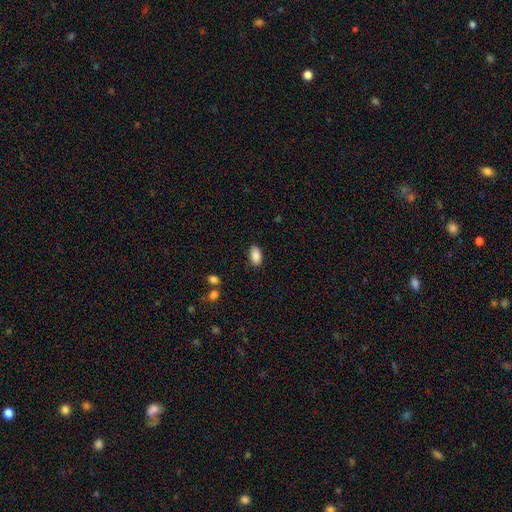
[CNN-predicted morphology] Q: Smooth or featured?
A: smooth (88%); runner-up: star or artifact (7%)
Q: How rounded?
A: in between (93%); runner-up: round (4%)
Q: Merging?
A: none (84%); runner-up: minor disturbance (11%)